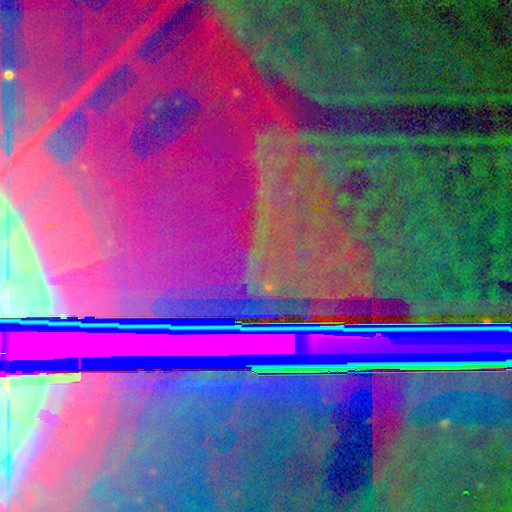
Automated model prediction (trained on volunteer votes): A star or artifact, not a galaxy (89%).

Vote fractions:
- Smooth or featured? star or artifact: 89% / featured or disk: 7% / smooth: 5%